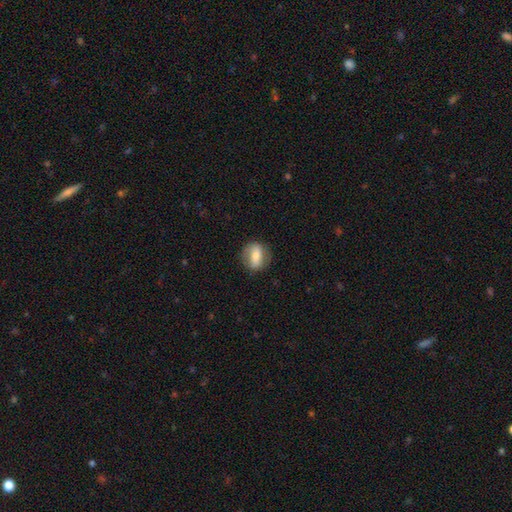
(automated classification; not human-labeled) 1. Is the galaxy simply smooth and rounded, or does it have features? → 59% smooth, 34% featured or disk, 7% star or artifact.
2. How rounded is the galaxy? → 57% in between, 39% round, 3% cigar-shaped.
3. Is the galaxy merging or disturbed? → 80% none, 14% minor disturbance, 5% major disturbance, 1% merger.